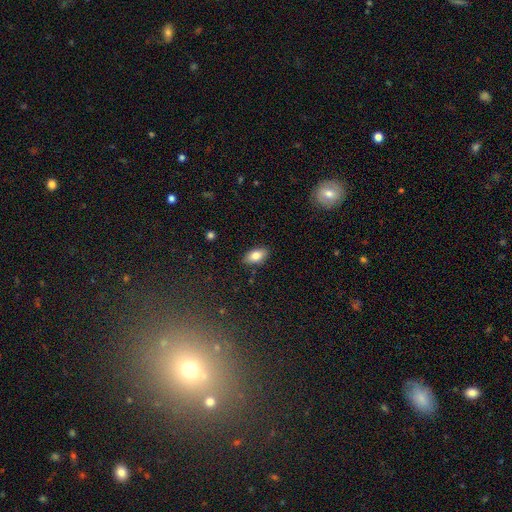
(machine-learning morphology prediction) type=smooth (82%); roundness=in between (91%); merging=none (87%).